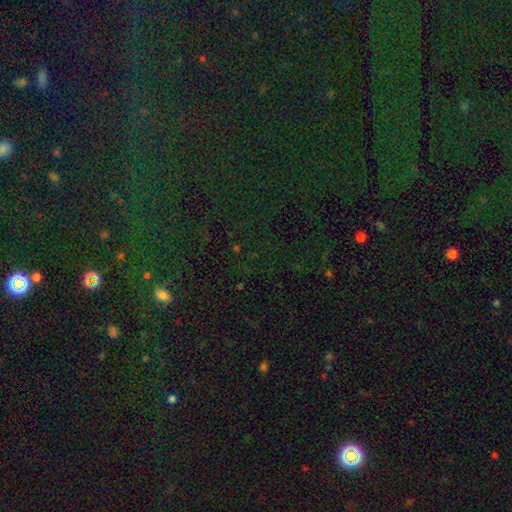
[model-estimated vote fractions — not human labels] smooth-or-featured: star or artifact: 77% | smooth: 14% | featured or disk: 8%